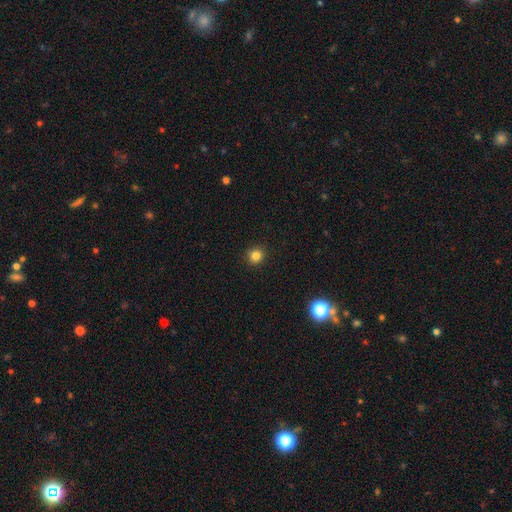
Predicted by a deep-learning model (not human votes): Smooth or featured: smooth — 82% (star or artifact — 13%)
How rounded: round — 90% (in between — 9%)
Merging: none — 91% (minor disturbance — 7%)